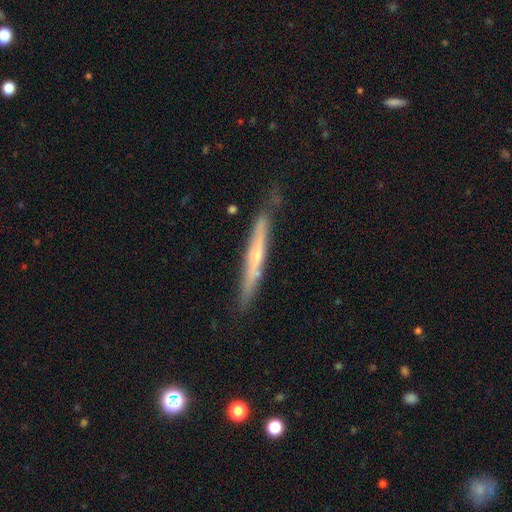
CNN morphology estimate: smooth_or_featured: featured or disk (p=0.54) [alt: smooth p=0.39]
disk_edge_on: yes (p=0.93) [alt: no p=0.07]
edge_on_bulge: none (p=0.53) [alt: rounded p=0.40]
merging: none (p=0.76) [alt: minor disturbance p=0.18]